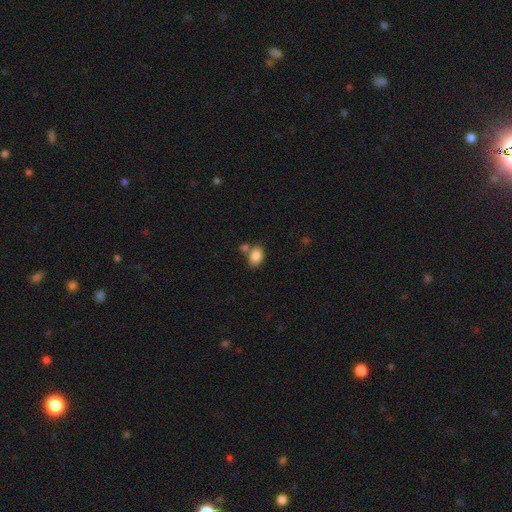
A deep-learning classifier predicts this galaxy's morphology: A smooth galaxy with no disk features (86%) that is in between round and cigar-shaped (81%).

Vote fractions:
- Smooth or featured? smooth: 86% / star or artifact: 8% / featured or disk: 6%
- How rounded? in between: 81% / round: 18% / cigar-shaped: 1%
- Merging? none: 60% / merger: 24% / minor disturbance: 12% / major disturbance: 4%